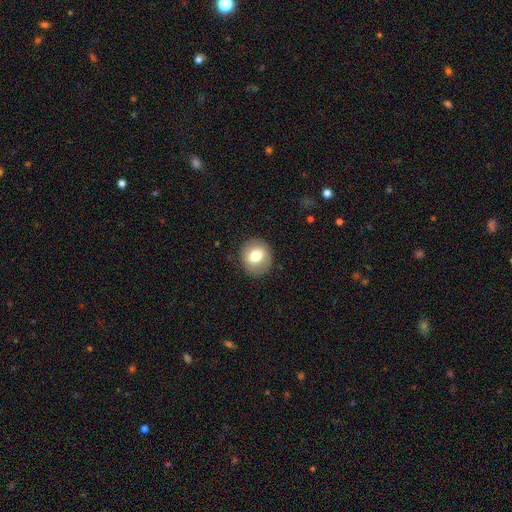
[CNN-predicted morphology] type=smooth (71%); roundness=round (80%); merging=none (88%).